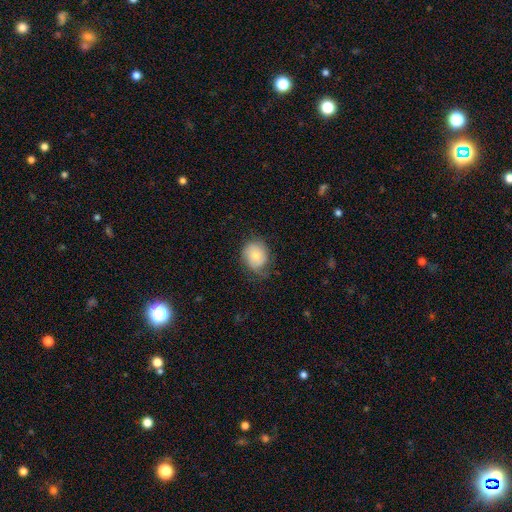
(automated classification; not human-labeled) A smooth galaxy with no disk features (66%) that is round (57%).

Vote fractions:
- Smooth or featured? smooth: 66% / featured or disk: 27% / star or artifact: 8%
- How rounded? round: 57% / in between: 42% / cigar-shaped: 1%
- Merging? none: 60% / minor disturbance: 28% / major disturbance: 10% / merger: 1%